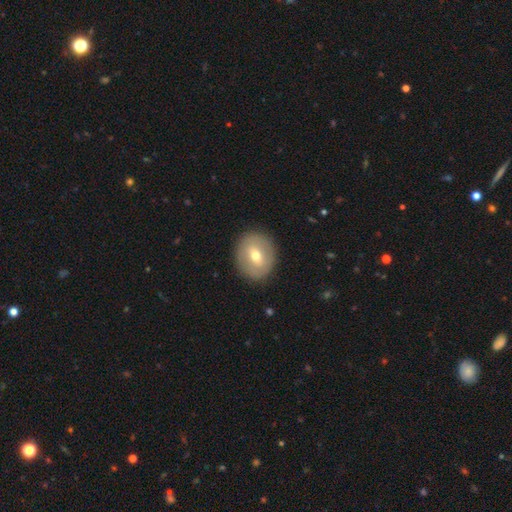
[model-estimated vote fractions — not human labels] A smooth galaxy with no disk features (55%) that is round (65%). Merging: none (88%).